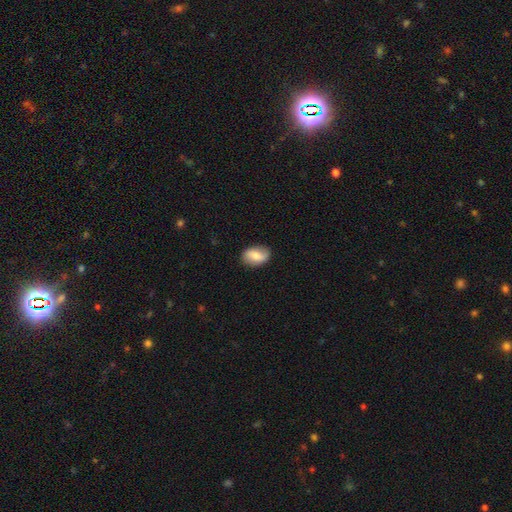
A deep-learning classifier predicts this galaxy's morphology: smooth-or-featured: smooth: 69% | featured or disk: 24% | star or artifact: 7%
  how-rounded: in between: 84% | round: 14% | cigar-shaped: 2%
  merging: none: 83% | minor disturbance: 13% | major disturbance: 3% | merger: 1%